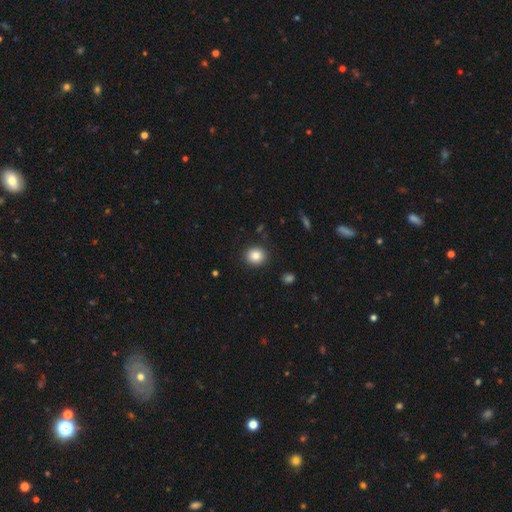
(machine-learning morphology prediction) smooth_or_featured: smooth (p=0.85) [alt: star or artifact p=0.10]
how_rounded: round (p=0.80) [alt: in between p=0.19]
merging: none (p=0.90) [alt: minor disturbance p=0.07]